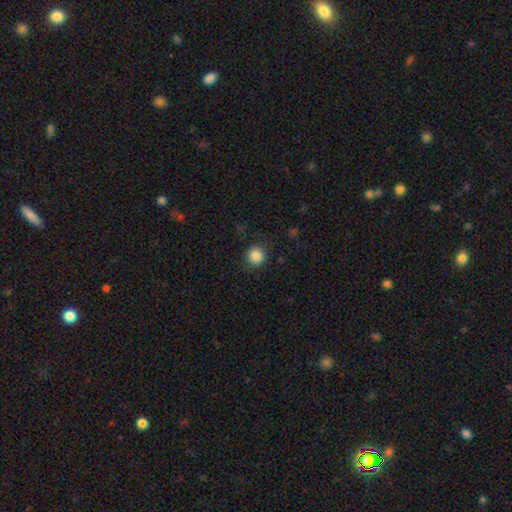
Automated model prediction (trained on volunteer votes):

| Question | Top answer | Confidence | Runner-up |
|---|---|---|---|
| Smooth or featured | smooth | 86% | star or artifact (10%) |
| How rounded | round | 89% | in between (10%) |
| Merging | none | 85% | minor disturbance (10%) |